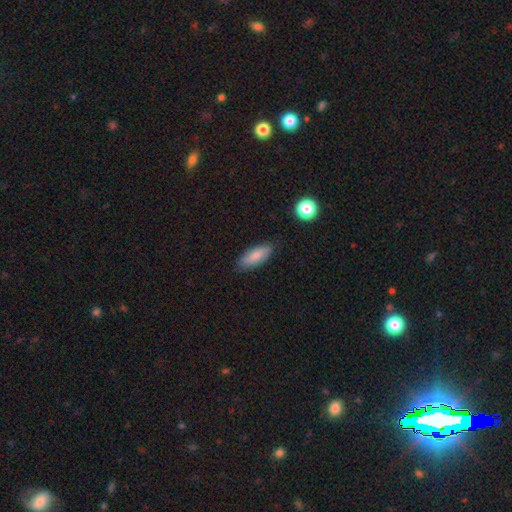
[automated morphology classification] smooth 82%, featured or disk 12%, star or artifact 6%. Down the decision tree: how rounded — in between (75%); merging — none (82%).